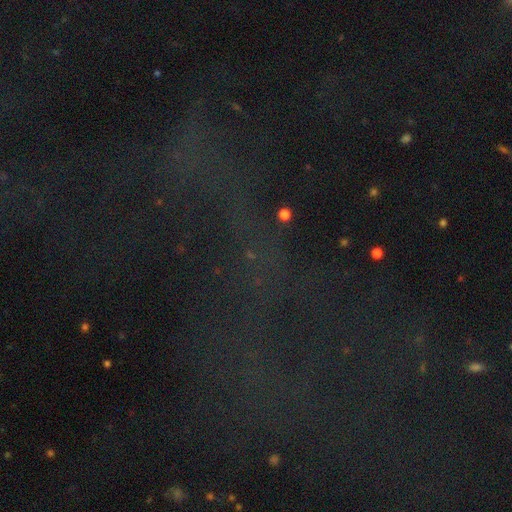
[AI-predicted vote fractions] Overall: star or artifact (68%).